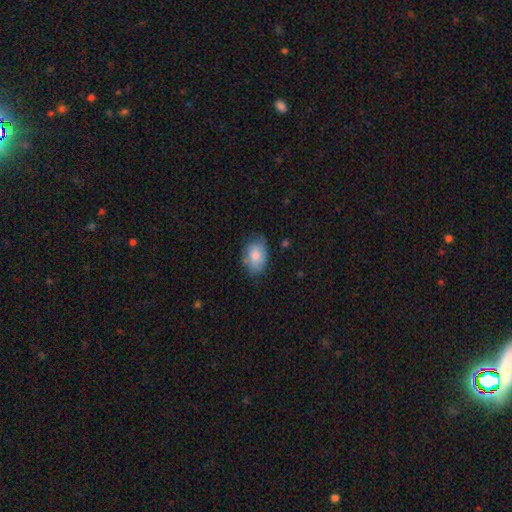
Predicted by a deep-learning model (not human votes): smooth 80%, featured or disk 13%, star or artifact 7%. Down the decision tree: how rounded — in between (85%); merging — none (63%).